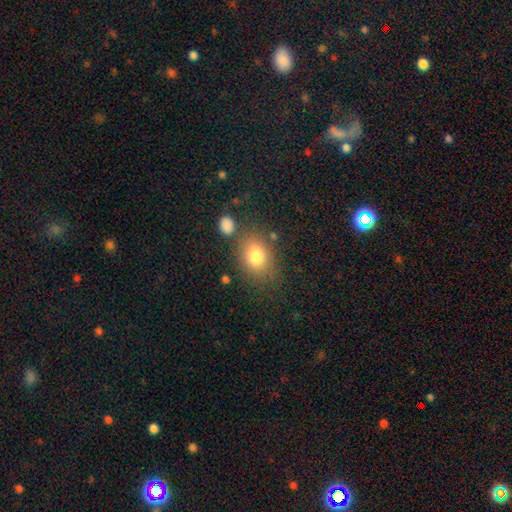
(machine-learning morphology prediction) The model was most divided on "how rounded": in between: 61%, round: 38%, cigar-shaped: 1%. More confident: smooth or featured — smooth (79%); merging — none (72%).